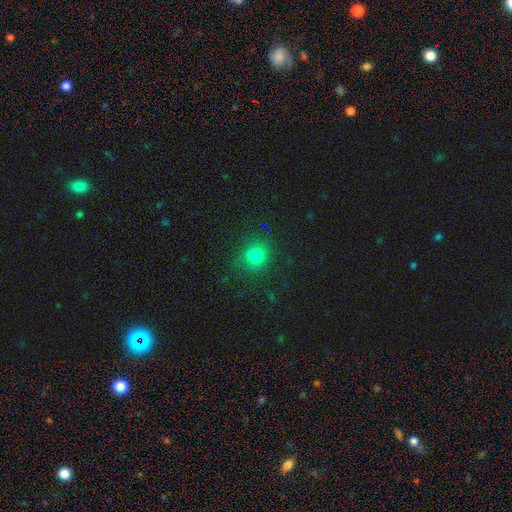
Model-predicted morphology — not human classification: A smooth galaxy with no disk features (72%) that is round (78%). Merging: none (75%).